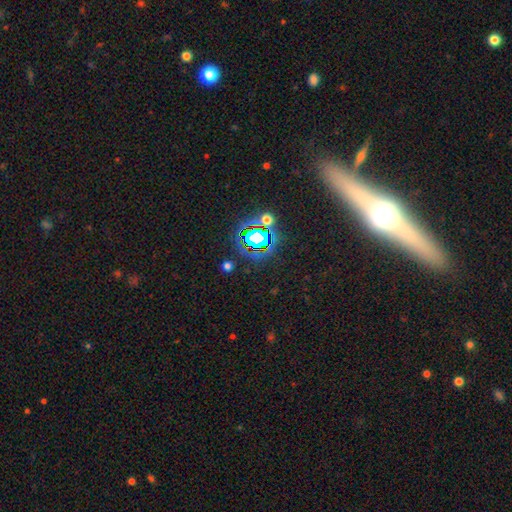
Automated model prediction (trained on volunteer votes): Smooth or featured?
  - featured or disk: 44% *
  - star or artifact: 36%
  - smooth: 20%
Merging?
  - none: 86% *
  - minor disturbance: 7%
  - major disturbance: 3%
  - merger: 3%